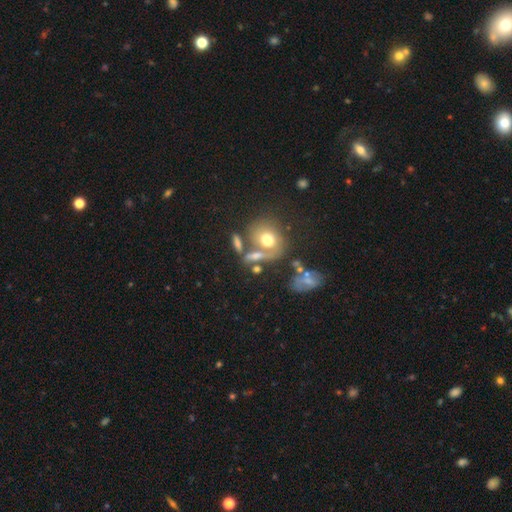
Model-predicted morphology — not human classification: Smooth or featured? smooth (59%)
How rounded? round (47%)
Merging? none (49%)